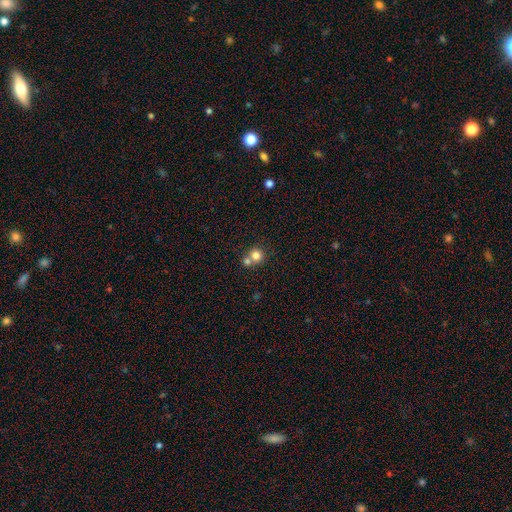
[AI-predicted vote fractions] This is likely a smooth galaxy (79%). How rounded: clearly round (89%). Merging: possibly none (47%).